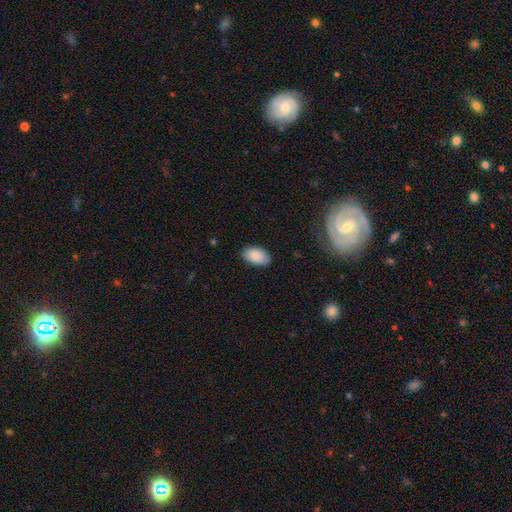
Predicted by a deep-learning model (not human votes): Q: Smooth or featured?
A: smooth (89%); runner-up: star or artifact (6%)
Q: How rounded?
A: in between (94%); runner-up: round (5%)
Q: Merging?
A: none (83%); runner-up: minor disturbance (13%)